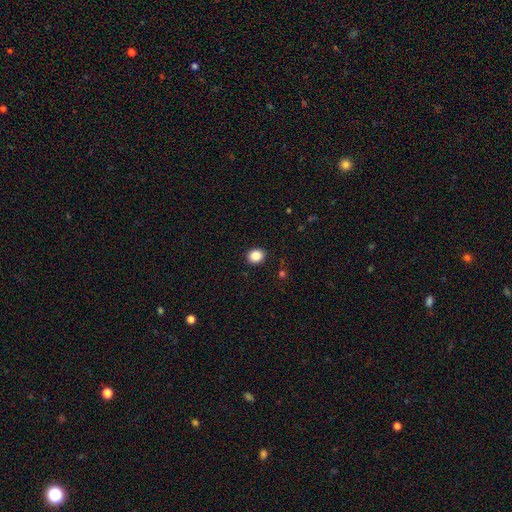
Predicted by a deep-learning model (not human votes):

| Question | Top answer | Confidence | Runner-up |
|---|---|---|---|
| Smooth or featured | smooth | 86% | star or artifact (10%) |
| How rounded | round | 70% | in between (30%) |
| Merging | none | 91% | minor disturbance (6%) |